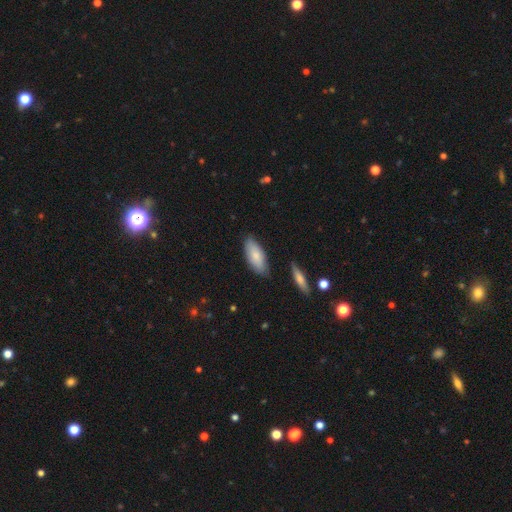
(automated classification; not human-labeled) Morphology: type=smooth (80%); roundness=in between (84%); merging=none (80%).